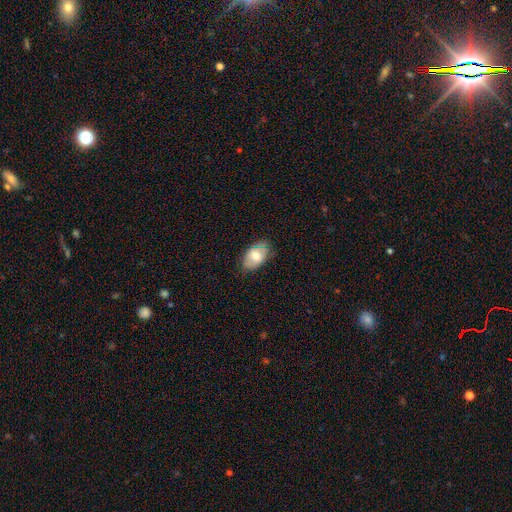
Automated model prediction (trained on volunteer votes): This is likely a smooth galaxy (70%). How rounded: clearly in between (91%). Merging: likely none (71%).